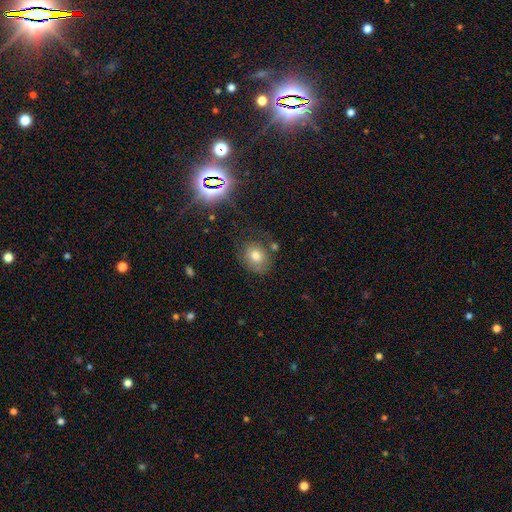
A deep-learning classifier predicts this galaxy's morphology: A smooth galaxy with no disk features (74%) that is round (53%). Merging: none (70%).